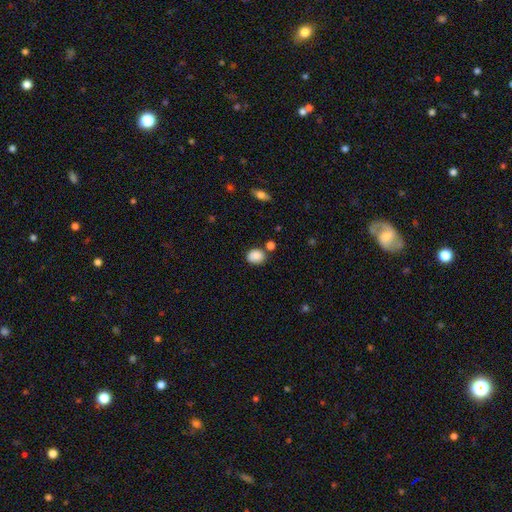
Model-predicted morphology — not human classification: Smooth or featured? smooth (87%)
How rounded? round (54%)
Merging? none (74%)